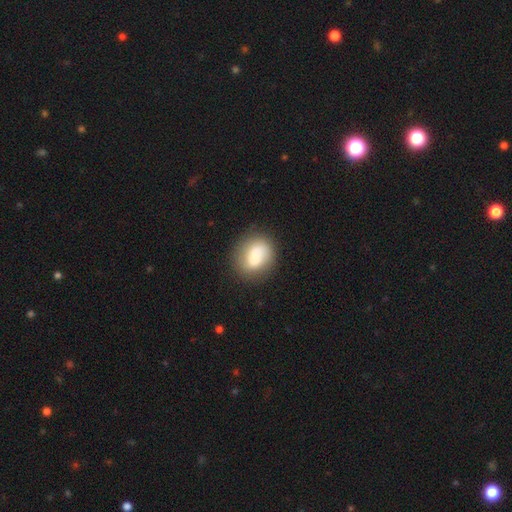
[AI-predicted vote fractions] Q: Smooth or featured?
A: smooth (67%); runner-up: featured or disk (25%)
Q: How rounded?
A: round (59%); runner-up: in between (39%)
Q: Merging?
A: none (78%); runner-up: minor disturbance (14%)